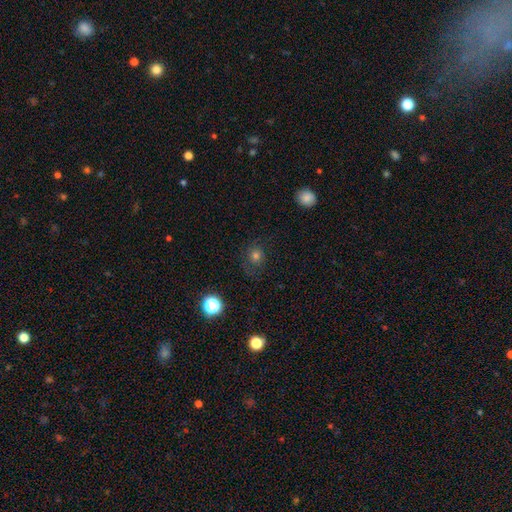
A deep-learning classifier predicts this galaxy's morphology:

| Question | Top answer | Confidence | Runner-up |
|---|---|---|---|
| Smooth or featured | smooth | 65% | star or artifact (23%) |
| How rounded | round | 81% | in between (18%) |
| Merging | none | 73% | minor disturbance (17%) |